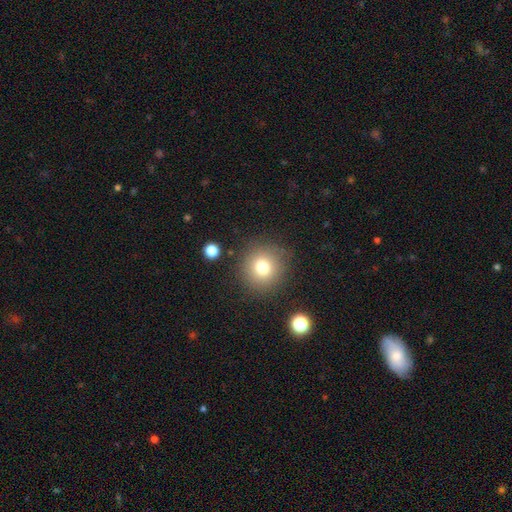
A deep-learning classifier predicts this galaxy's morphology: A smooth galaxy with no disk features (70%) that is round (94%). Merging: none (89%).